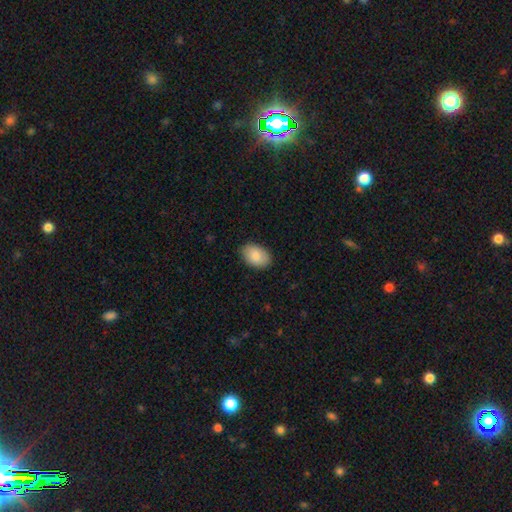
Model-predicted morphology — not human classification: This is clearly a smooth galaxy (86%). How rounded: clearly in between (88%). Merging: clearly none (87%).